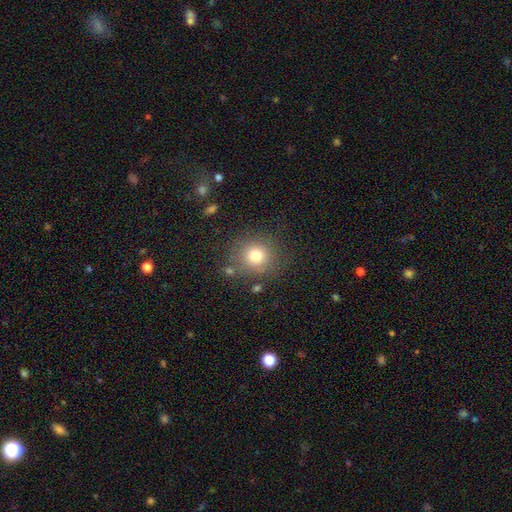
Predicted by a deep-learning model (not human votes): Q: Smooth or featured?
A: smooth (77%); runner-up: star or artifact (14%)
Q: How rounded?
A: round (89%); runner-up: in between (10%)
Q: Merging?
A: none (80%); runner-up: minor disturbance (11%)